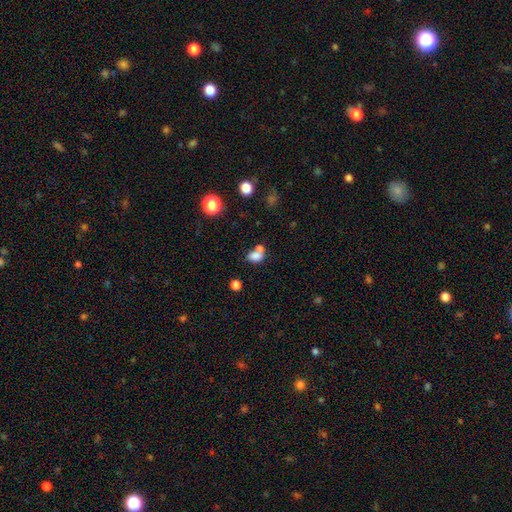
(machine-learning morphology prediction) Smooth or featured? smooth (77%)
How rounded? in between (70%)
Merging? merger (47%)